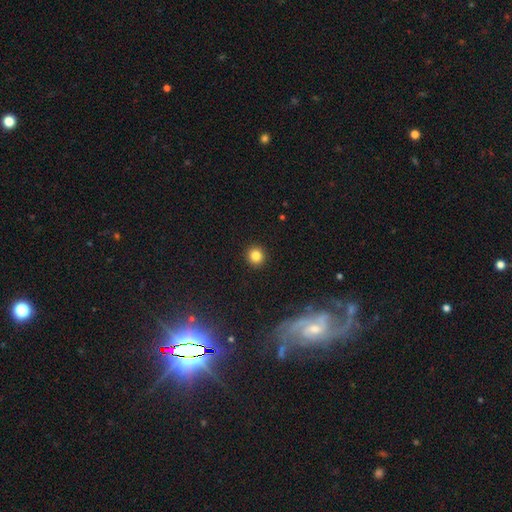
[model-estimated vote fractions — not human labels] smooth-or-featured: smooth: 83% | star or artifact: 12% | featured or disk: 5%
  how-rounded: round: 94% | in between: 5% | cigar-shaped: 1%
  merging: none: 93% | minor disturbance: 4% | major disturbance: 2% | merger: 1%